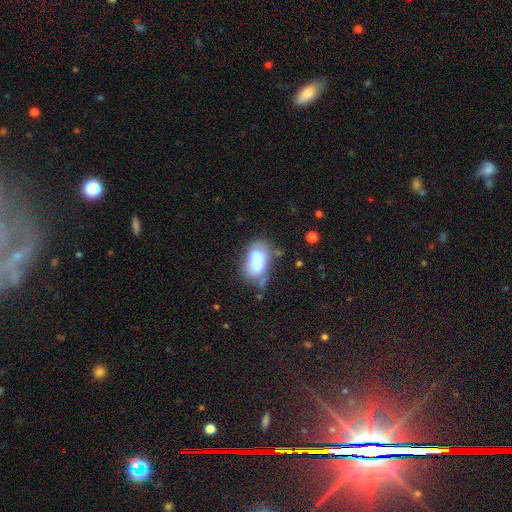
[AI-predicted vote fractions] Smooth or featured? Predicted: smooth (p=0.76). How rounded? Predicted: in between (p=0.91). Merging? Predicted: none (p=0.39).